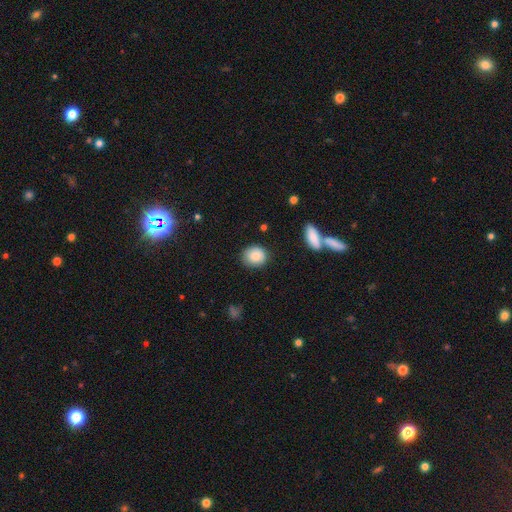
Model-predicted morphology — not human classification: smooth 84%, star or artifact 8%, featured or disk 8%. Down the decision tree: how rounded — round (77%); merging — none (84%).